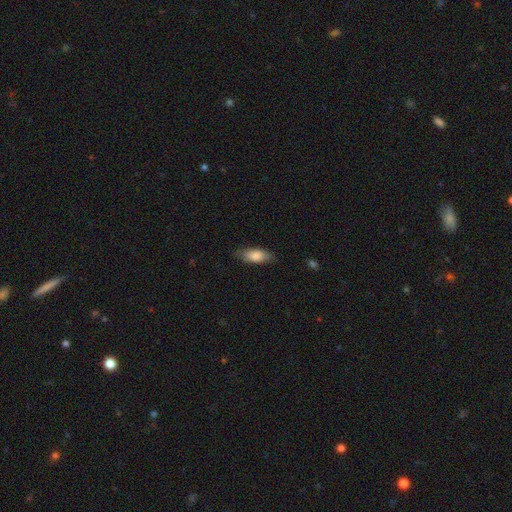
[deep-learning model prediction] smooth 81%, featured or disk 12%, star or artifact 6%. Down the decision tree: how rounded — in between (79%); merging — none (78%).